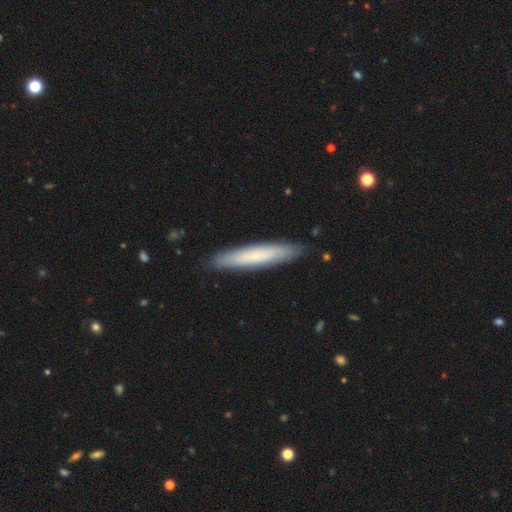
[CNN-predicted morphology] A smooth galaxy with no disk features (63%) that is cigar-shaped (91%).

Vote fractions:
- Smooth or featured? smooth: 63% / featured or disk: 31% / star or artifact: 6%
- How rounded? cigar-shaped: 91% / in between: 8% / round: 1%
- Merging? none: 88% / minor disturbance: 9% / major disturbance: 2% / merger: 1%